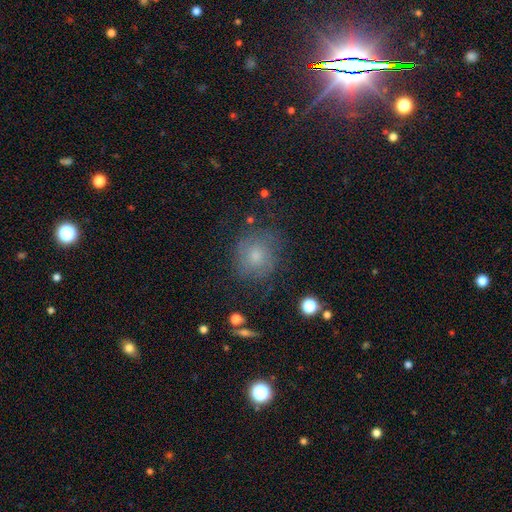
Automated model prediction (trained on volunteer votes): Smooth or featured? smooth (46%)
Merging? none (69%)